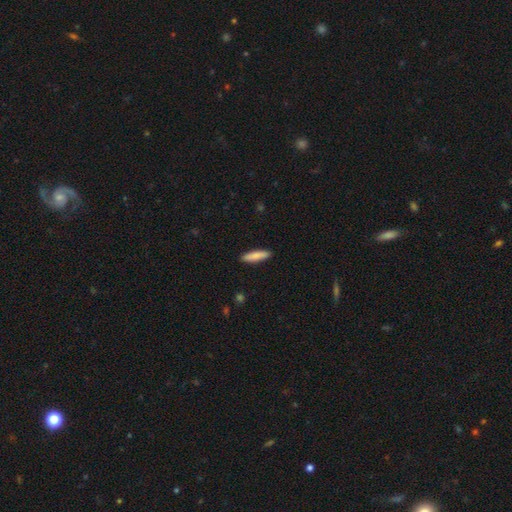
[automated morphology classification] A smooth galaxy with no disk features (84%) that is cigar-shaped (77%).

Vote fractions:
- Smooth or featured? smooth: 84% / featured or disk: 11% / star or artifact: 6%
- How rounded? cigar-shaped: 77% / in between: 21% / round: 1%
- Merging? none: 90% / minor disturbance: 7% / major disturbance: 1% / merger: 1%